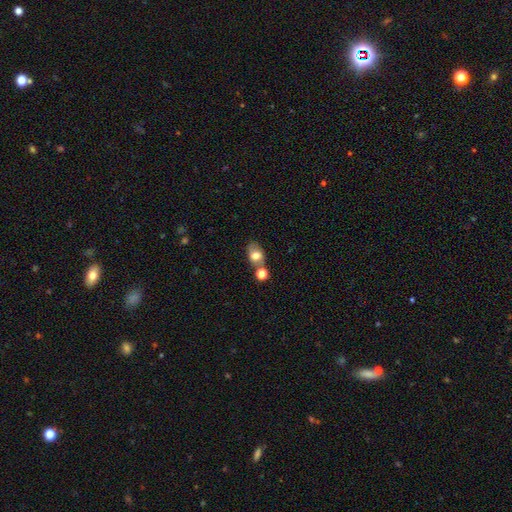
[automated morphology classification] smooth_or_featured: smooth (p=0.70) [alt: featured or disk p=0.20]
how_rounded: in between (p=0.76) [alt: round p=0.22]
merging: none (p=0.55) [alt: merger p=0.26]